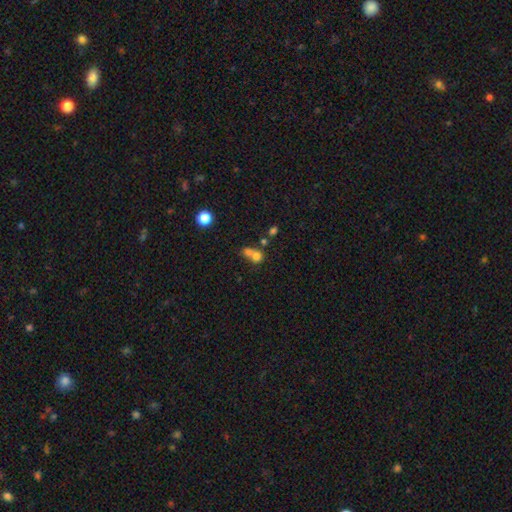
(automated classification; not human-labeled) smooth-or-featured: smooth: 70% | featured or disk: 15% | star or artifact: 14%
  how-rounded: round: 73% | in between: 25% | cigar-shaped: 1%
  merging: merger: 62% | none: 26% | minor disturbance: 7% | major disturbance: 5%